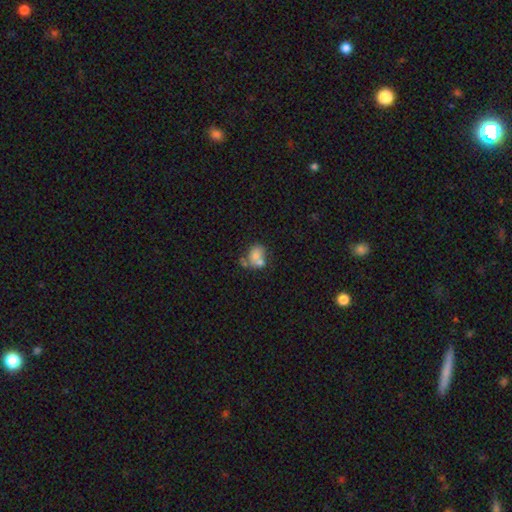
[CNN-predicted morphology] The model was most divided on "how rounded": in between: 53%, round: 46%, cigar-shaped: 1%. Remaining: smooth or featured — smooth (66%); merging — merger (47%).